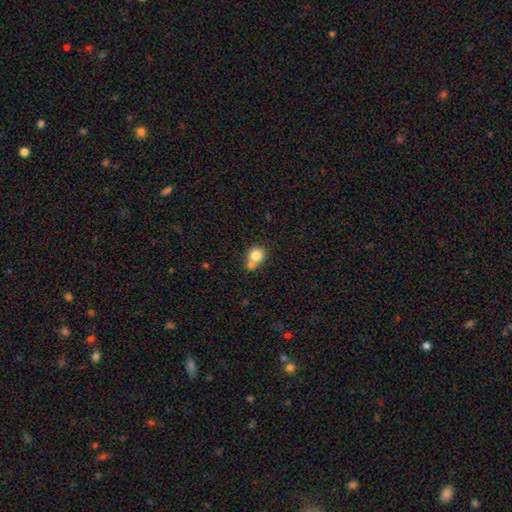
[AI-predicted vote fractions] Smooth or featured? smooth (79%)
How rounded? round (71%)
Merging? none (41%, tied with merger)